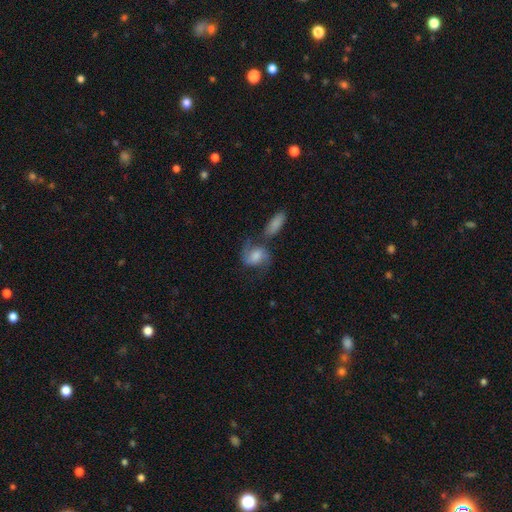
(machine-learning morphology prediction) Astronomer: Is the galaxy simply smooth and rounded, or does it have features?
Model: featured or disk — 68%.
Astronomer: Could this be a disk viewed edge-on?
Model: no — 96%.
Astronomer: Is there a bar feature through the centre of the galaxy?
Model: no — 44%, tied with weak at 44%.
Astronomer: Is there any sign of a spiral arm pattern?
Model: yes — 93%.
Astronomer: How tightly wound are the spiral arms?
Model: medium — 50% (runner-up: loose, 37%).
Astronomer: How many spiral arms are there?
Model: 2 — 89%.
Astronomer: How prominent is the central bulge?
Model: moderate — 41% (runner-up: large, 22%).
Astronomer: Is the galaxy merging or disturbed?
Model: none — 47% (runner-up: merger, 26%).